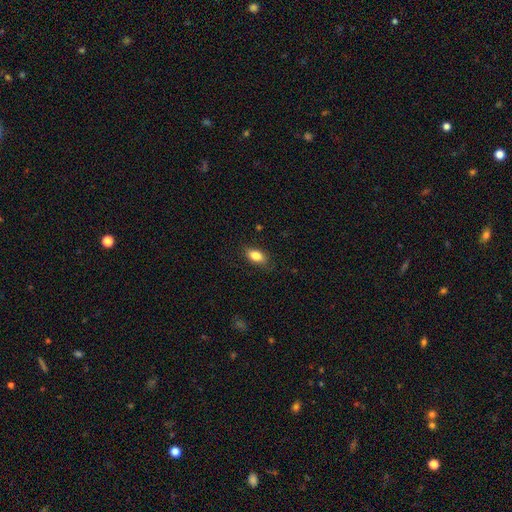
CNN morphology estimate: This is clearly a smooth galaxy (83%). How rounded: clearly in between (87%). Merging: clearly none (83%).